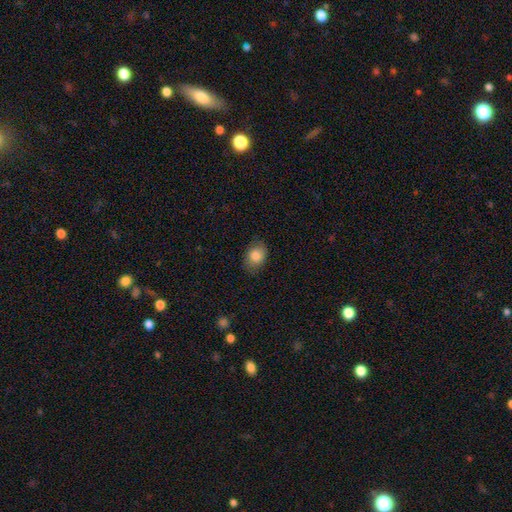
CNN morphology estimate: Overall: smooth (82%). How rounded: in between (67%; round 32%). Merging: none (79%).